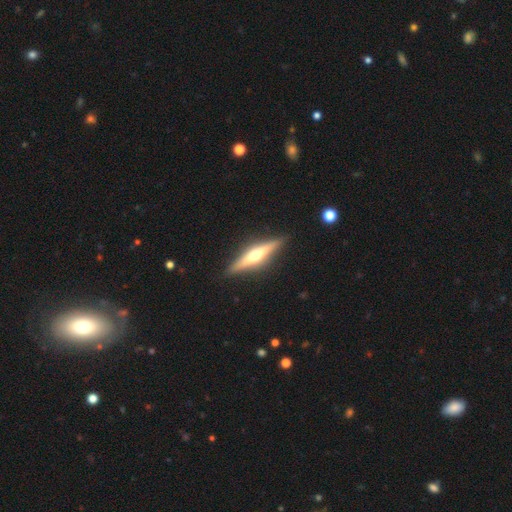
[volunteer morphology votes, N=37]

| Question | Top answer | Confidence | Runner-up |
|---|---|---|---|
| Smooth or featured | featured or disk | 84% | smooth (11%) |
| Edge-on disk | yes | 97% | no (3%) |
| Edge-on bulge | rounded | 97% | boxy (3%) |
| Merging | none | 94% | minor disturbance (3%) |